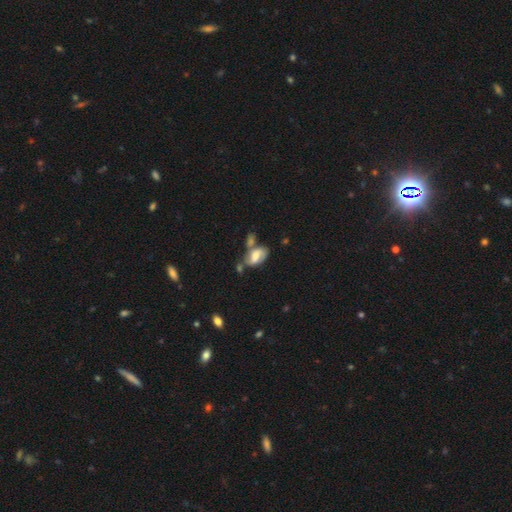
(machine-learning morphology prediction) smooth-or-featured: featured or disk: 51% | smooth: 40% | star or artifact: 9%
  disk-edge-on: no: 94% | yes: 6%
  merging: merger: 35% | none: 30% | minor disturbance: 20% | major disturbance: 14%